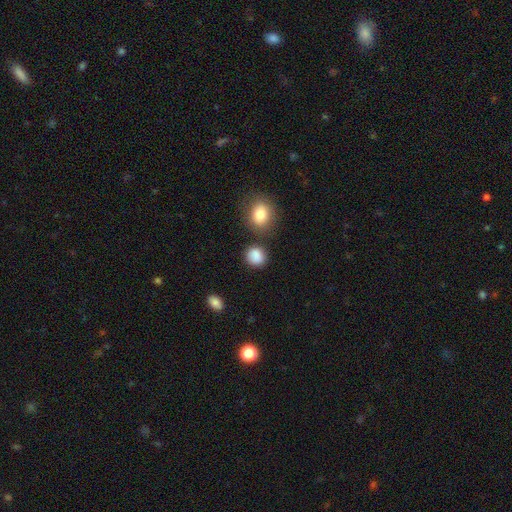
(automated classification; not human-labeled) The model was most divided on "how rounded": round: 80%, in between: 19%, cigar-shaped: 1%. More confident: smooth or featured — smooth (87%); merging — none (76%).